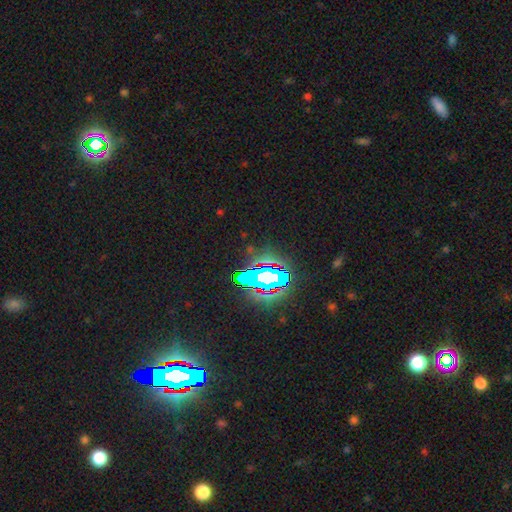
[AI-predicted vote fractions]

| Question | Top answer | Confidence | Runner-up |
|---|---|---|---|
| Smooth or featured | star or artifact | 82% | smooth (10%) |